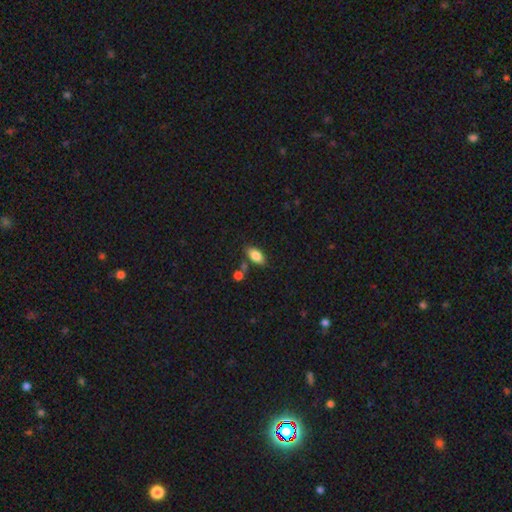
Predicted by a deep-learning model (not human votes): smooth 83%, featured or disk 9%, star or artifact 8%. Down the decision tree: how rounded — in between (90%); merging — none (76%).